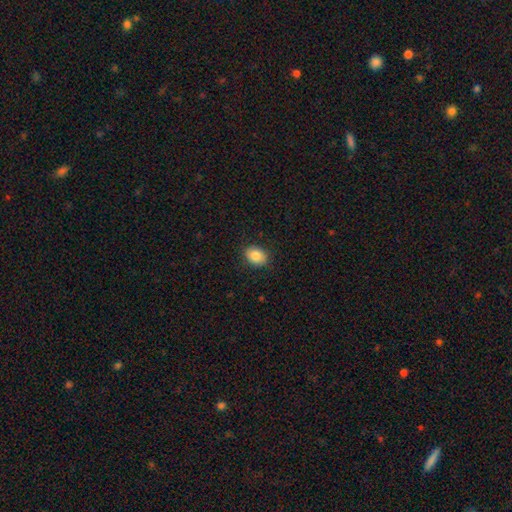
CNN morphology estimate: type=smooth (86%); roundness=in between (66%); merging=none (87%).